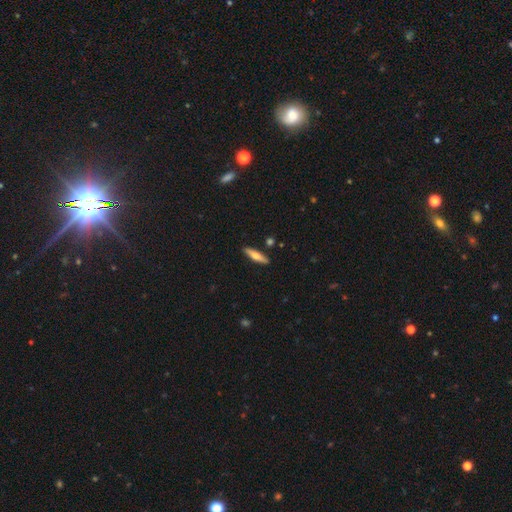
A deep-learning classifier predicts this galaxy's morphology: Smooth or featured? smooth (57%)
How rounded? cigar-shaped (75%)
Merging? none (89%)